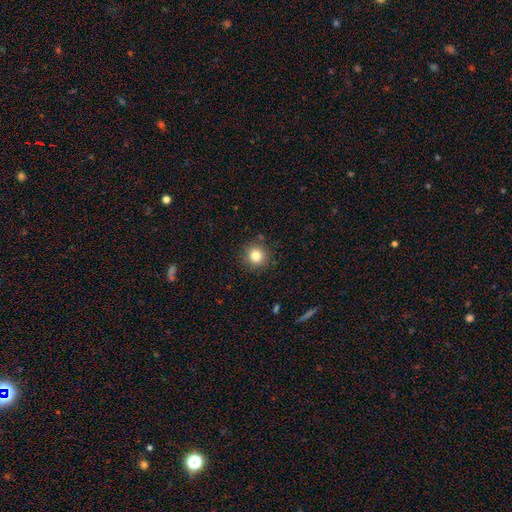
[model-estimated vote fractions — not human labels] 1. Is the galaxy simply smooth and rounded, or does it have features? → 82% smooth, 11% star or artifact, 7% featured or disk.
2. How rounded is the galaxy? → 93% round, 6% in between, 1% cigar-shaped.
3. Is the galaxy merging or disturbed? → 88% none, 8% minor disturbance, 2% major disturbance, 2% merger.